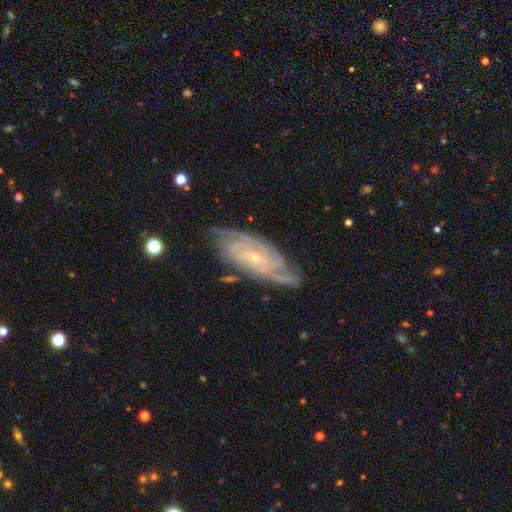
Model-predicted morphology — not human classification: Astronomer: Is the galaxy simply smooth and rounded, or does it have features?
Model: featured or disk — 73%.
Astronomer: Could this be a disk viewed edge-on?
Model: no — 87%.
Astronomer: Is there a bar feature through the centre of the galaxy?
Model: no — 68%.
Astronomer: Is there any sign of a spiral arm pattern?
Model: yes — 92%.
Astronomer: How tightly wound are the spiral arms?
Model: tight — 67%.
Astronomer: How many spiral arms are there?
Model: can't tell — 44% (runner-up: 2, 21%).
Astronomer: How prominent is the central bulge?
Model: small — 78%.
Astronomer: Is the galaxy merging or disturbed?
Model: none — 78%.